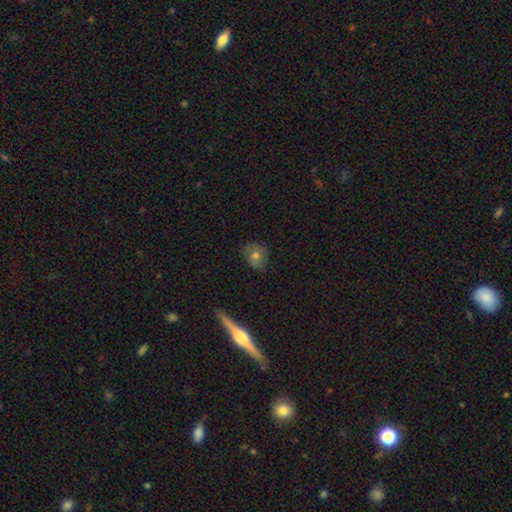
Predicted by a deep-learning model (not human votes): Smooth or featured? Predicted: smooth (p=0.64). How rounded? Predicted: round (p=0.65). Merging? Predicted: none (p=0.74).